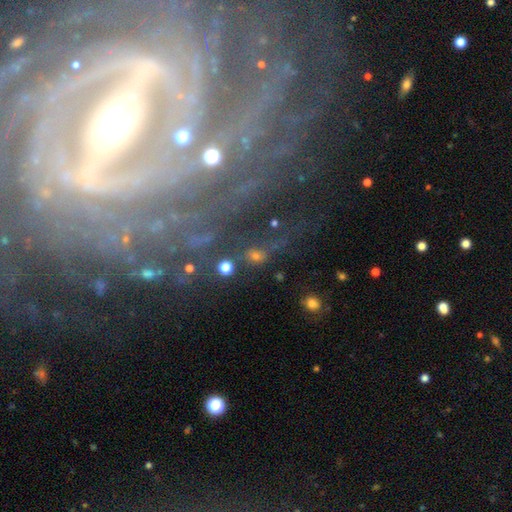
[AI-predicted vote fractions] smooth-or-featured: featured or disk: 37% | smooth: 33% | star or artifact: 30%
  merging: none: 60% | minor disturbance: 17% | major disturbance: 14% | merger: 9%